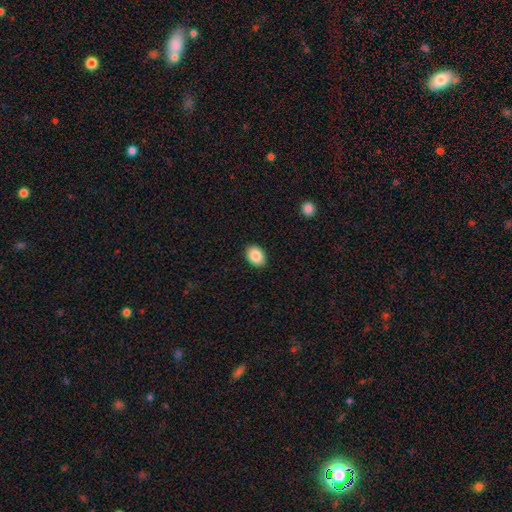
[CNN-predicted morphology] A smooth galaxy with no disk features (88%) that is in between round and cigar-shaped (72%). Merging: none (90%).